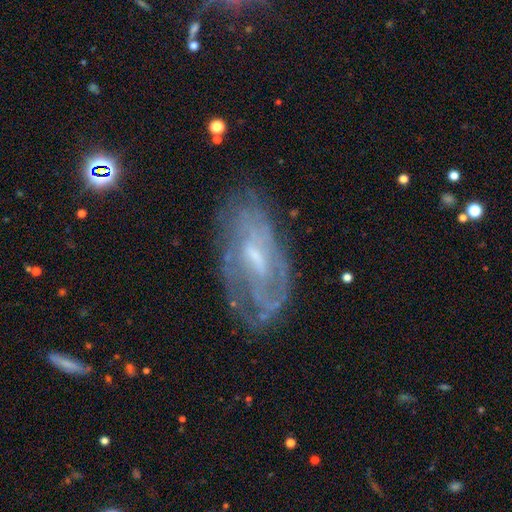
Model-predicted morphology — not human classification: Smooth or featured?
  - featured or disk: 74% *
  - smooth: 17%
  - star or artifact: 9%
Edge-on disk?
  - no: 90% *
  - yes: 10%
Bar?
  - weak: 48% *
  - no: 38%
  - strong: 14%
Spiral arms?
  - yes: 73% *
  - no: 27%
Bulge size?
  - small: 51% *
  - moderate: 35%
  - none: 9%
  - large: 3%
  - dominant: 1%
Merging?
  - none: 70% *
  - minor disturbance: 20%
  - major disturbance: 9%
  - merger: 2%